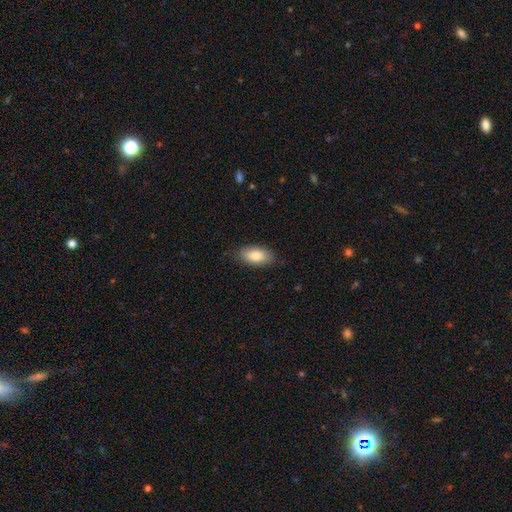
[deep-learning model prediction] smooth 81%, featured or disk 12%, star or artifact 7%. Down the decision tree: how rounded — in between (91%); merging — none (82%).